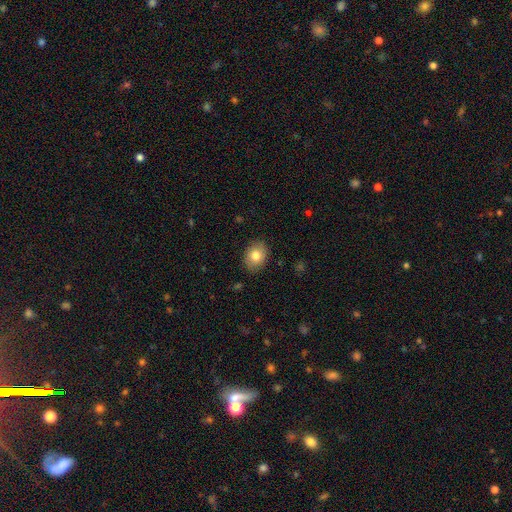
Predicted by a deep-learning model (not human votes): Overall: smooth (80%). How rounded: in between (60%; round 39%). Merging: none (86%).